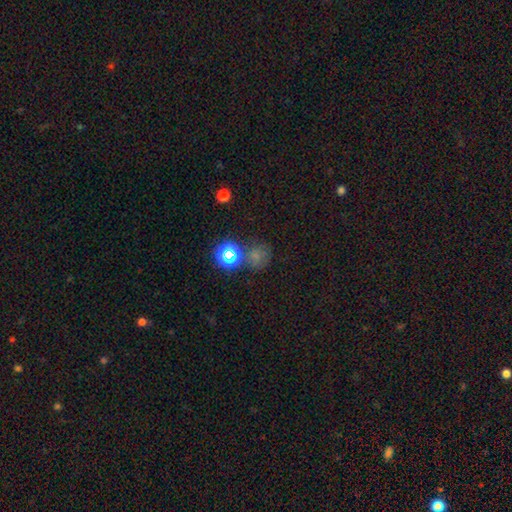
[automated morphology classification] Overall: smooth (59%; star or artifact 33%). How rounded: round (84%). Merging: none (64%).